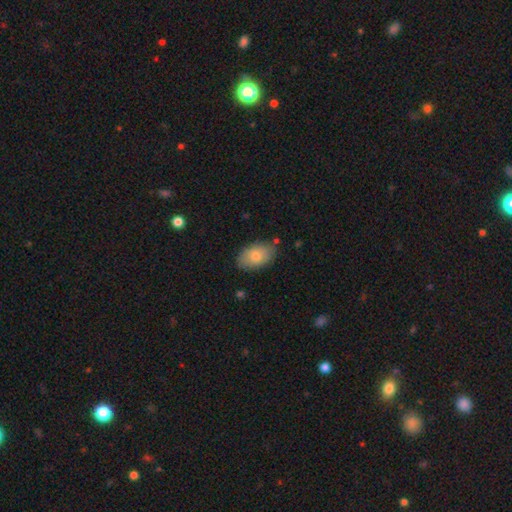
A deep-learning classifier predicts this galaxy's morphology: smooth_or_featured: smooth (p=0.78) [alt: featured or disk p=0.15]
how_rounded: in between (p=0.91) [alt: round p=0.07]
merging: none (p=0.80) [alt: minor disturbance p=0.15]